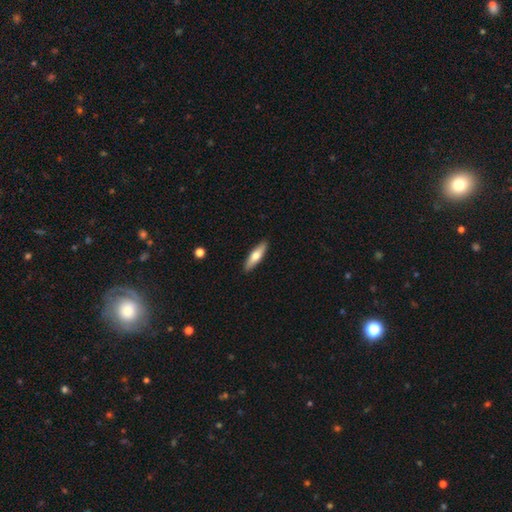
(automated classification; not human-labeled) smooth 64%, featured or disk 30%, star or artifact 5%. Down the decision tree: how rounded — cigar-shaped (70%); merging — none (90%).